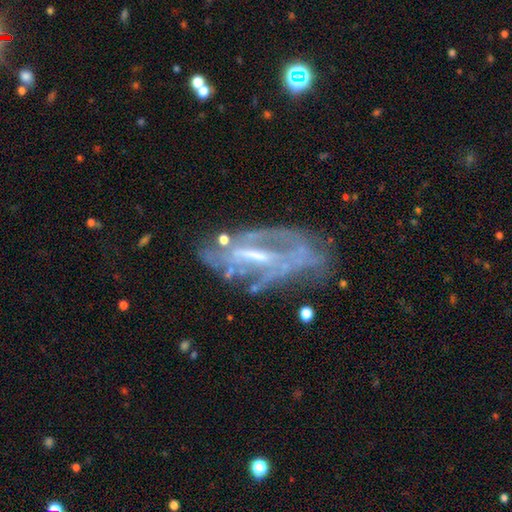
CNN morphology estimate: A featured or disk galaxy (78%) with a strong bar (39%), spiral arms (61%) and a small central bulge (38%).

Vote fractions:
- Smooth or featured? featured or disk: 78% / smooth: 12% / star or artifact: 10%
- Edge-on disk? no: 87% / yes: 13%
- Bar? strong: 39% / weak: 36% / no: 25%
- Spiral arms? yes: 61% / no: 39%
- Bulge size? small: 38% / moderate: 34% / none: 23% / large: 4% / dominant: 1%
- Merging? none: 51% / minor disturbance: 22% / major disturbance: 22% / merger: 6%